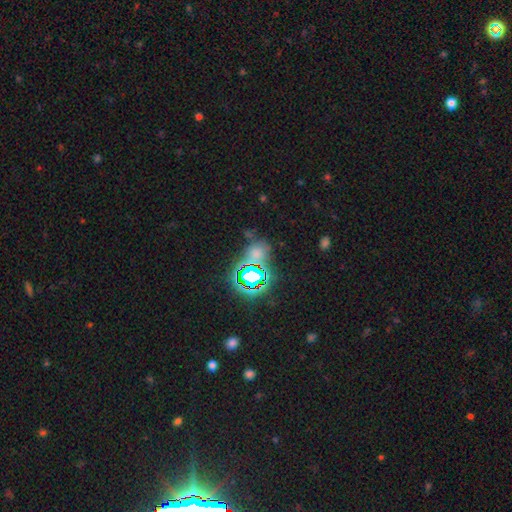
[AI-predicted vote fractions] Smooth or featured: star or artifact — 54% (smooth — 37%)